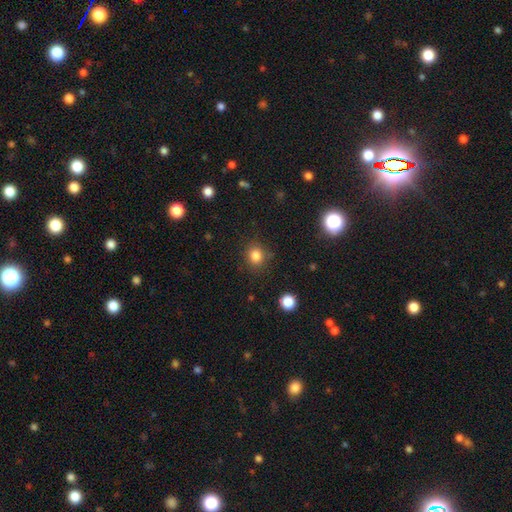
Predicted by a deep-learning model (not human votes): A smooth galaxy with no disk features (82%) that is round (81%). Merging: none (85%).